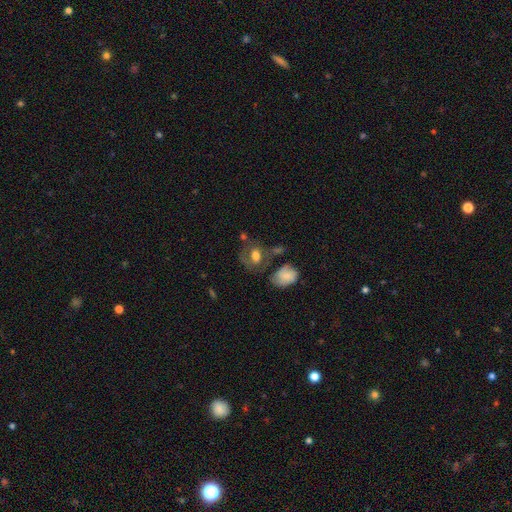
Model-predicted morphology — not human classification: This appears to be a smooth galaxy with no disk features (54%) that is in between round and cigar-shaped (56%). Merging: none (50%).